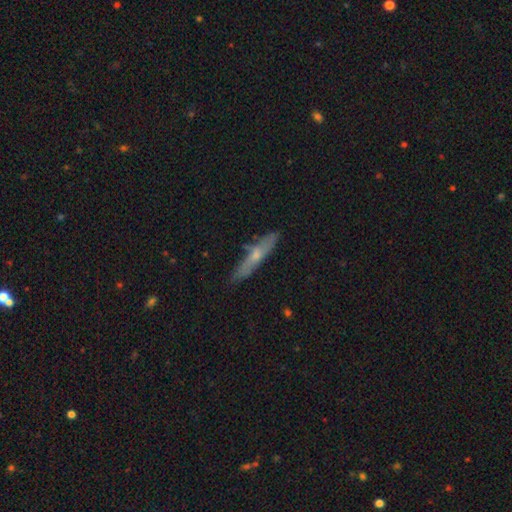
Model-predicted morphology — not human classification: smooth_or_featured: featured or disk (p=0.48) [alt: smooth p=0.45]
merging: none (p=0.80) [alt: minor disturbance p=0.15]